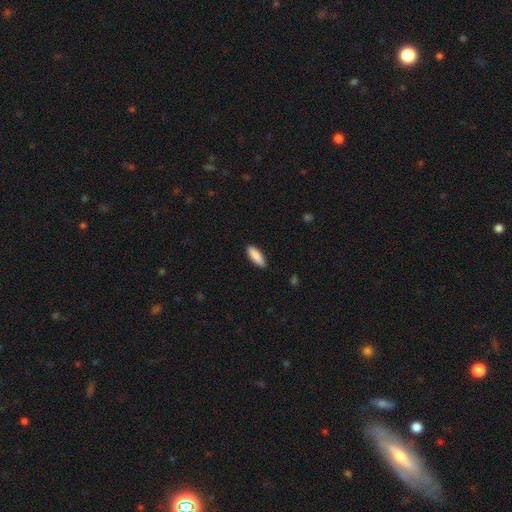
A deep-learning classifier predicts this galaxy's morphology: A smooth galaxy with no disk features (89%) that is in between round and cigar-shaped (57%). Merging: none (88%).